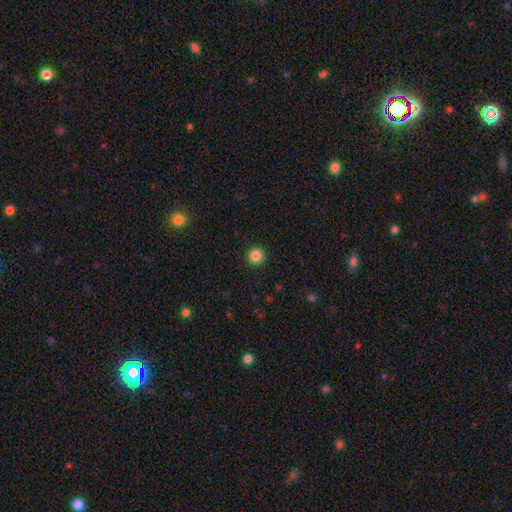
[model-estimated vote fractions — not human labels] Q: Smooth or featured?
A: smooth (86%); runner-up: star or artifact (11%)
Q: How rounded?
A: round (96%); runner-up: in between (3%)
Q: Merging?
A: none (93%); runner-up: minor disturbance (4%)